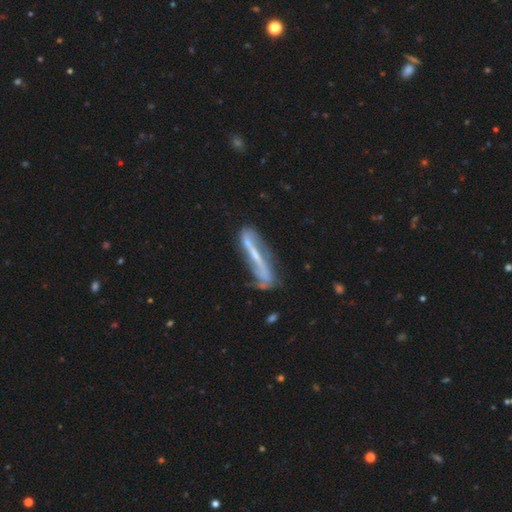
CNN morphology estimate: A featured or disk galaxy (74%).

Vote fractions:
- Smooth or featured? featured or disk: 74% / smooth: 20% / star or artifact: 7%
- Edge-on disk? no: 56% / yes: 44%
- Merging? none: 54% / minor disturbance: 25% / major disturbance: 14% / merger: 6%